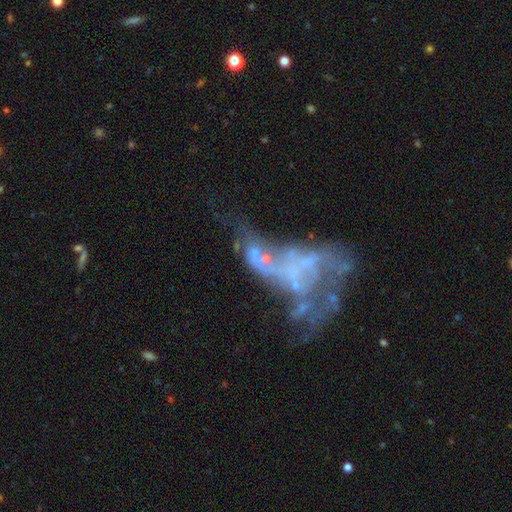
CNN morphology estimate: Smooth or featured?
  - featured or disk: 51% *
  - smooth: 28%
  - star or artifact: 21%
Edge-on disk?
  - no: 93% *
  - yes: 7%
Merging?
  - merger: 40% *
  - major disturbance: 30%
  - none: 19%
  - minor disturbance: 11%